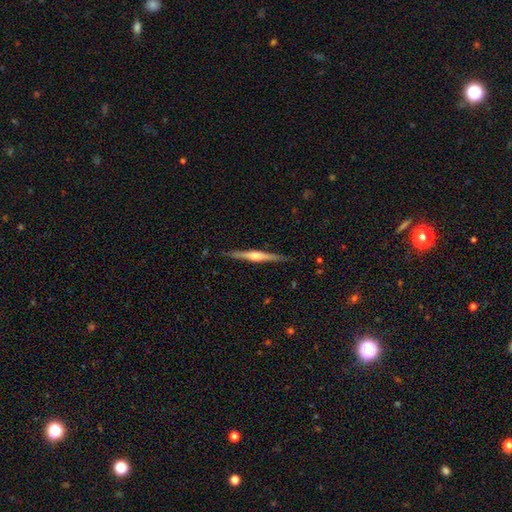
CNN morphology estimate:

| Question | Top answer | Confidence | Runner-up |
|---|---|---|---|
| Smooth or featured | featured or disk | 78% | smooth (17%) |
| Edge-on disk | yes | 98% | no (2%) |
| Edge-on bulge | rounded | 82% | boxy (11%) |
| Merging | none | 89% | minor disturbance (8%) |